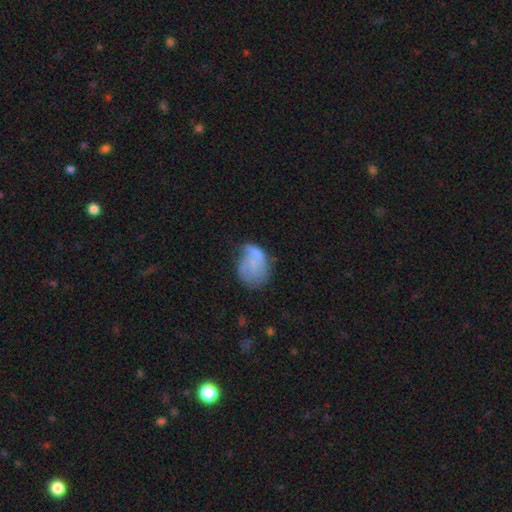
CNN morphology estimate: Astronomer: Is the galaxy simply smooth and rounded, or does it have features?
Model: smooth — 51% (runner-up: featured or disk, 38%).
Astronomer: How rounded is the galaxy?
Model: in between — 65%.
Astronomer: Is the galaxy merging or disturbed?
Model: none — 35% (runner-up: minor disturbance, 34%).